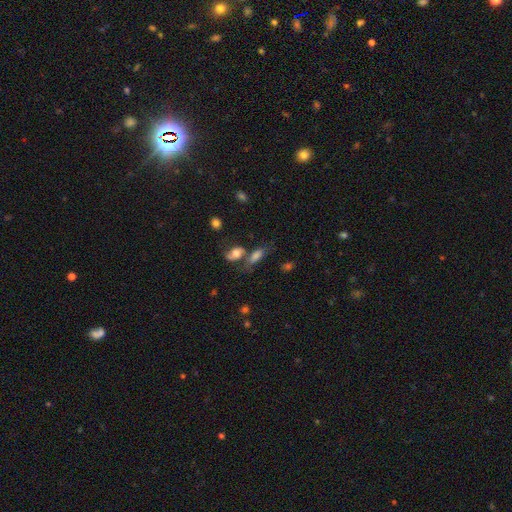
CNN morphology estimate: This appears to be a smooth galaxy with no disk features (63%) that is in between round and cigar-shaped (73%). Merging: none (38%, tied with merger).